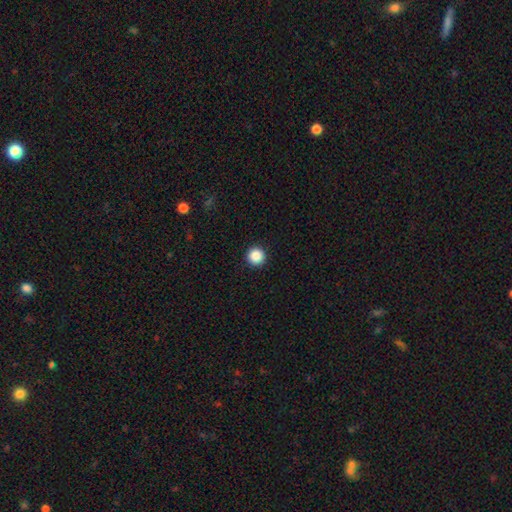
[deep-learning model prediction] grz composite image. It shows a smooth galaxy with no disk features (87%) that is round (96%). Merging: none (93%).